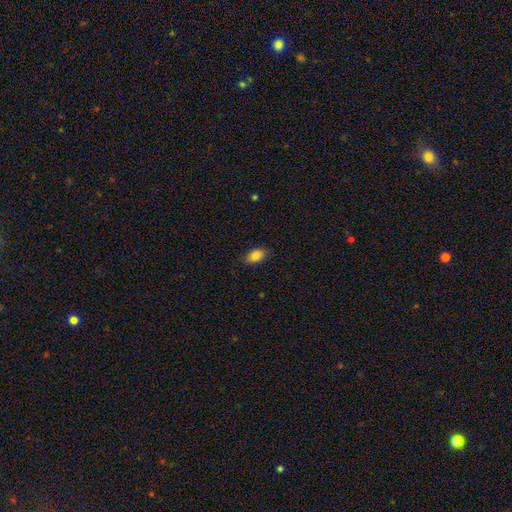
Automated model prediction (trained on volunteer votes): The model was most divided on "merging": none: 83%, minor disturbance: 13%, major disturbance: 3%, merger: 1%. More confident: how rounded — in between (88%); smooth or featured — smooth (85%).